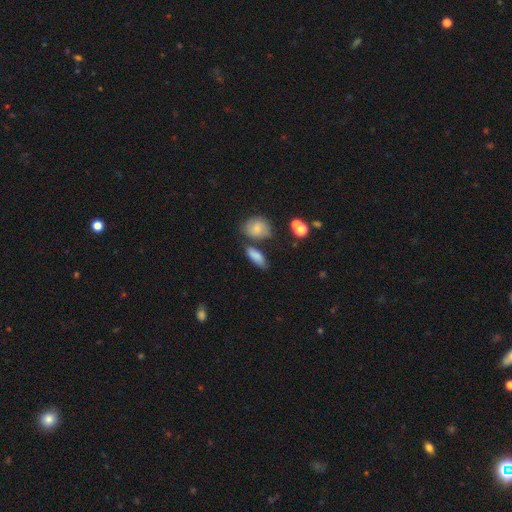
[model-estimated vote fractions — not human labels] smooth 80%, featured or disk 11%, star or artifact 9%. Down the decision tree: how rounded — in between (68%); merging — none (64%).